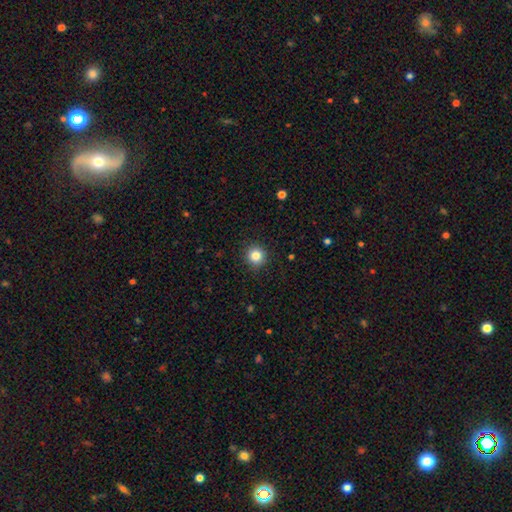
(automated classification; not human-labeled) smooth_or_featured: smooth (p=0.84) [alt: star or artifact p=0.11]
how_rounded: round (p=0.93) [alt: in between p=0.06]
merging: none (p=0.91) [alt: minor disturbance p=0.06]